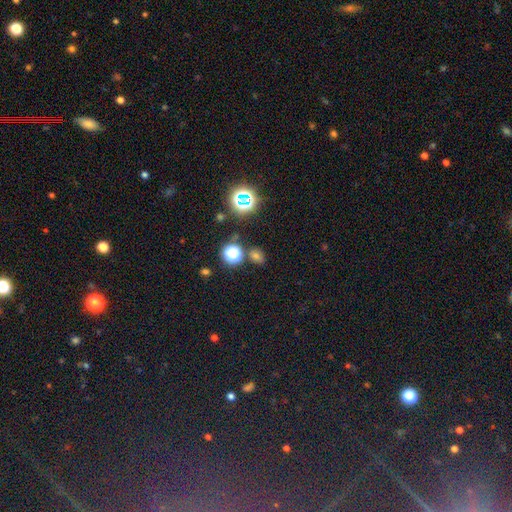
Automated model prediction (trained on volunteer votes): A smooth galaxy with no disk features (50%).

Vote fractions:
- Smooth or featured? smooth: 50% / star or artifact: 43% / featured or disk: 7%
- Merging? none: 80% / minor disturbance: 9% / merger: 7% / major disturbance: 4%